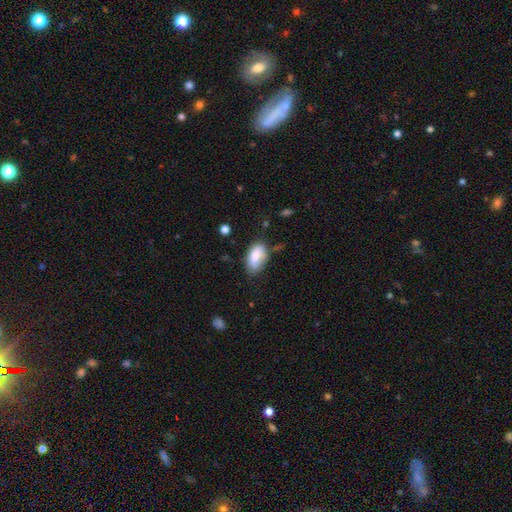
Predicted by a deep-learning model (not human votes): Smooth or featured: smooth — 78% (featured or disk — 15%)
How rounded: in between — 93% (round — 4%)
Merging: none — 59% (minor disturbance — 29%)